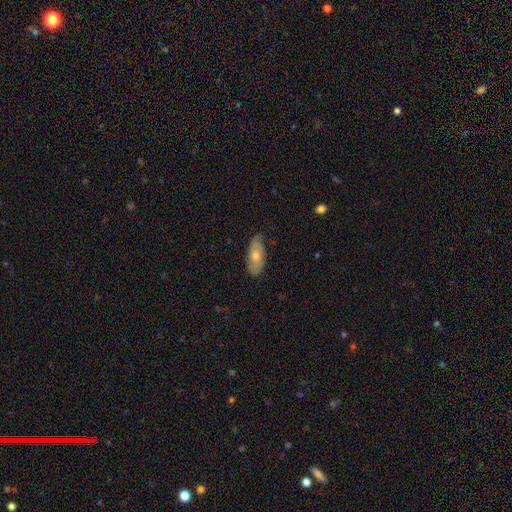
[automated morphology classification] Smooth or featured: featured or disk — 49% (smooth — 43%)
Merging: none — 76% (minor disturbance — 19%)